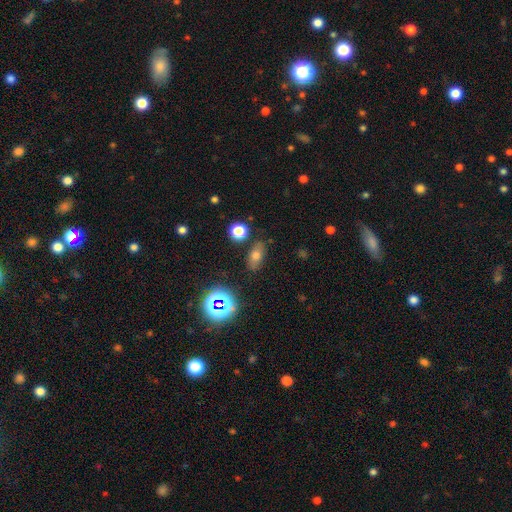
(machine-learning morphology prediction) type=smooth (66%); roundness=in between (77%); merging=none (79%).